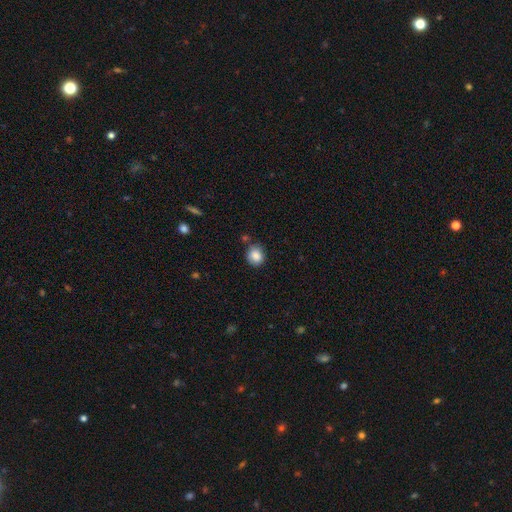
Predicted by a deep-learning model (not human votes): Smooth or featured? smooth (86%)
How rounded? round (74%)
Merging? none (78%)